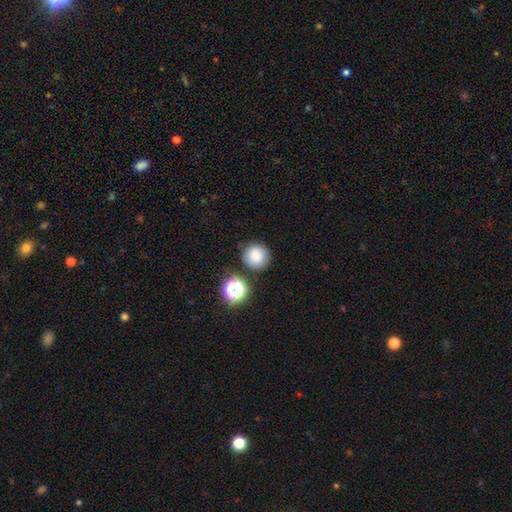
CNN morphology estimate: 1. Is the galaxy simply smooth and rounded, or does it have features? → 80% smooth, 12% star or artifact, 8% featured or disk.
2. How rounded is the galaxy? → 94% round, 5% in between, 1% cigar-shaped.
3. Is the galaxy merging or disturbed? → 82% none, 9% minor disturbance, 6% merger, 3% major disturbance.